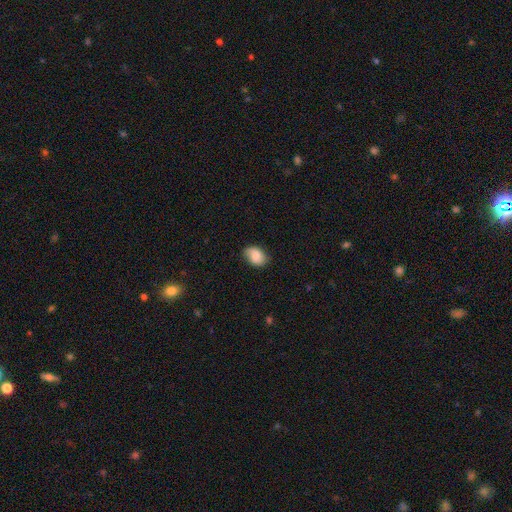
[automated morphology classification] A smooth galaxy with no disk features (82%) that is in between round and cigar-shaped (81%).

Vote fractions:
- Smooth or featured? smooth: 82% / featured or disk: 10% / star or artifact: 7%
- How rounded? in between: 81% / round: 18% / cigar-shaped: 1%
- Merging? none: 72% / minor disturbance: 22% / major disturbance: 4% / merger: 1%